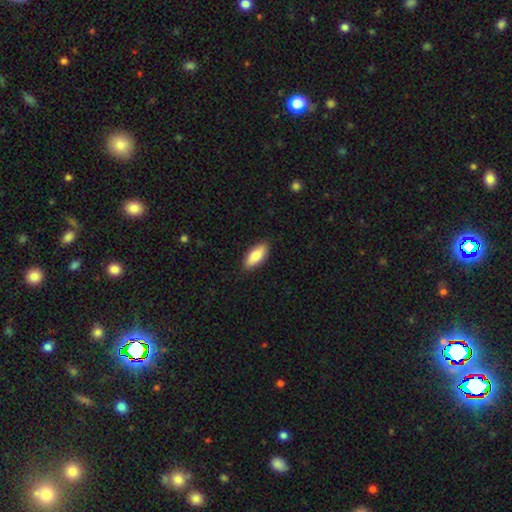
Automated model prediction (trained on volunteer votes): Smooth or featured?
  - smooth: 85% *
  - featured or disk: 9%
  - star or artifact: 6%
How rounded?
  - in between: 83% *
  - cigar-shaped: 15%
  - round: 2%
Merging?
  - none: 88% *
  - minor disturbance: 9%
  - major disturbance: 2%
  - merger: 1%